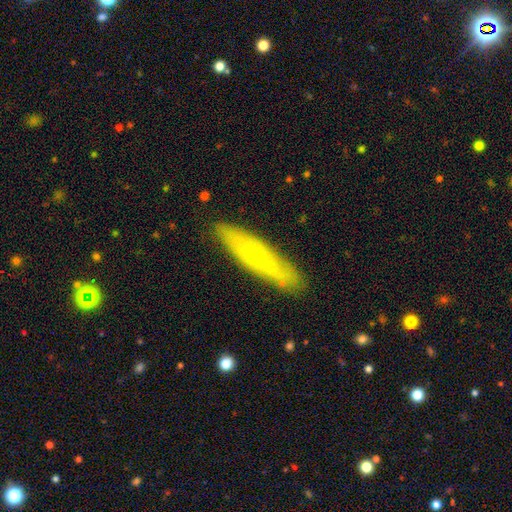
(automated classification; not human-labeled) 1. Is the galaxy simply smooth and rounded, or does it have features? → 53% smooth, 41% featured or disk, 6% star or artifact.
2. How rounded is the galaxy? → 81% cigar-shaped, 18% in between, 2% round.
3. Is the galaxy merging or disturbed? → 85% none, 11% minor disturbance, 2% major disturbance, 1% merger.